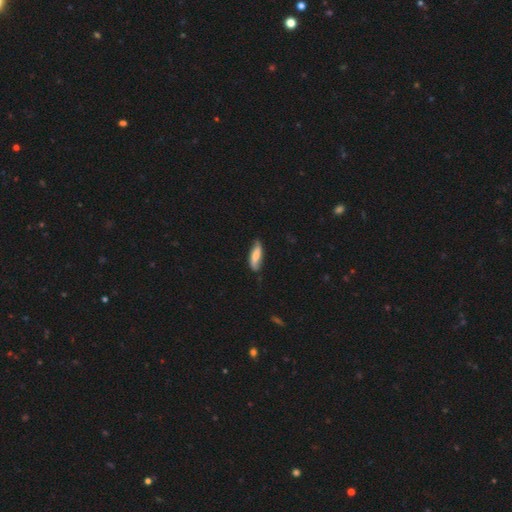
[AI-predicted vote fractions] The model was most divided on "how rounded": in between: 50%, cigar-shaped: 48%, round: 2%. More confident: merging — none (69%); smooth or featured — smooth (59%).